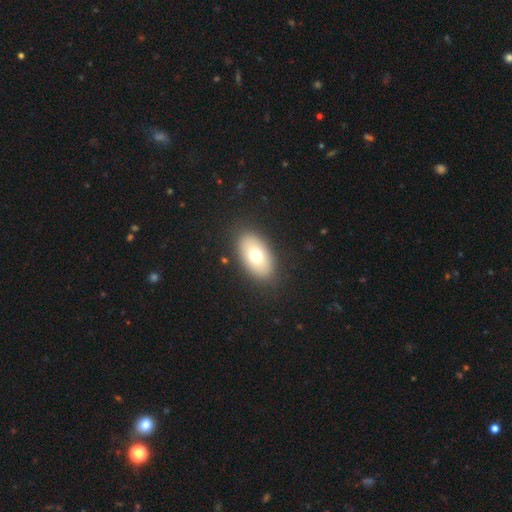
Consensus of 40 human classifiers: smooth_or_featured: smooth (p=0.70) [alt: featured or disk p=0.28]
how_rounded: in between (p=0.89) [alt: round p=0.07]
merging: none (p=0.77) [alt: minor disturbance p=0.18]